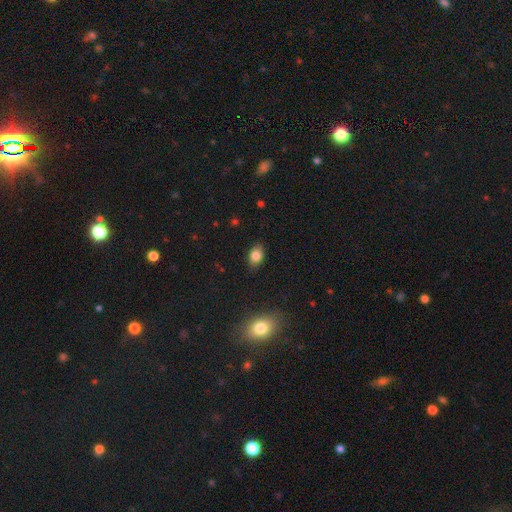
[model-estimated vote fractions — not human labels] Smooth or featured?
  - smooth: 83% *
  - star or artifact: 10%
  - featured or disk: 7%
How rounded?
  - in between: 79% *
  - round: 19%
  - cigar-shaped: 2%
Merging?
  - none: 84% *
  - minor disturbance: 12%
  - major disturbance: 3%
  - merger: 1%